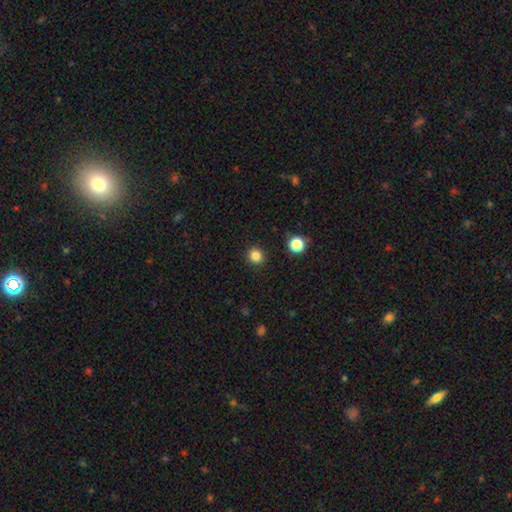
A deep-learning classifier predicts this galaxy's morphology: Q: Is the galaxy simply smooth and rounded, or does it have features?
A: smooth — 84%.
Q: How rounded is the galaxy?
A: round — 92%.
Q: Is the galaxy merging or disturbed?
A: none — 92%.